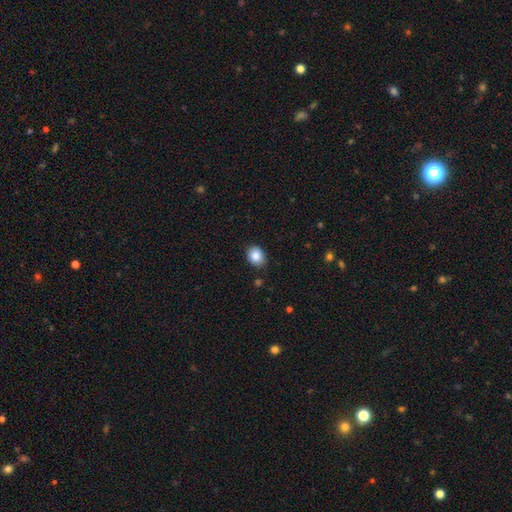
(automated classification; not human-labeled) A smooth galaxy with no disk features (87%) that is round (53%).

Vote fractions:
- Smooth or featured? smooth: 87% / star or artifact: 9% / featured or disk: 4%
- How rounded? round: 53% / in between: 46% / cigar-shaped: 1%
- Merging? none: 83% / minor disturbance: 13% / major disturbance: 2% / merger: 1%